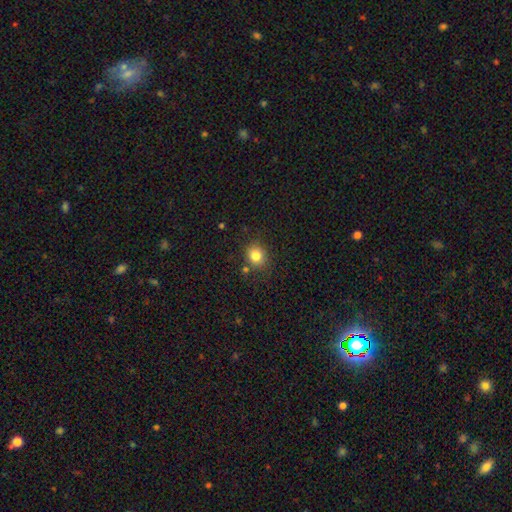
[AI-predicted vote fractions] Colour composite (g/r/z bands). It shows a smooth galaxy with no disk features (83%) that is round (75%). Merging: none (80%).